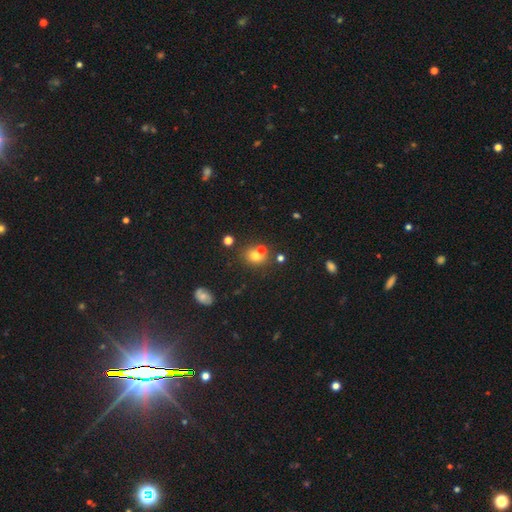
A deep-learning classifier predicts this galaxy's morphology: smooth_or_featured: smooth (p=0.66) [alt: star or artifact p=0.19]
how_rounded: round (p=0.73) [alt: in between p=0.26]
merging: none (p=0.52) [alt: merger p=0.35]